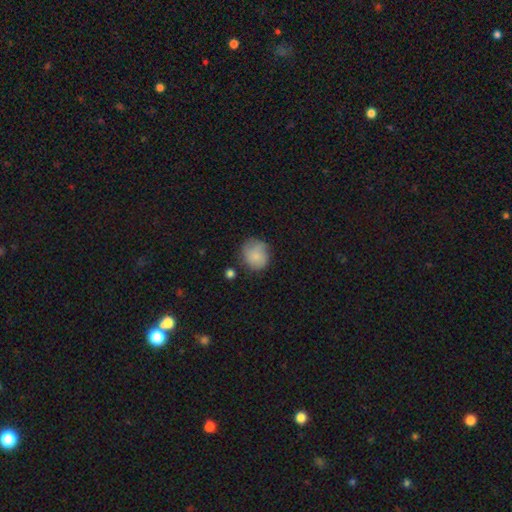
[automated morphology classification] type=smooth (79%); roundness=round (79%); merging=none (63%).